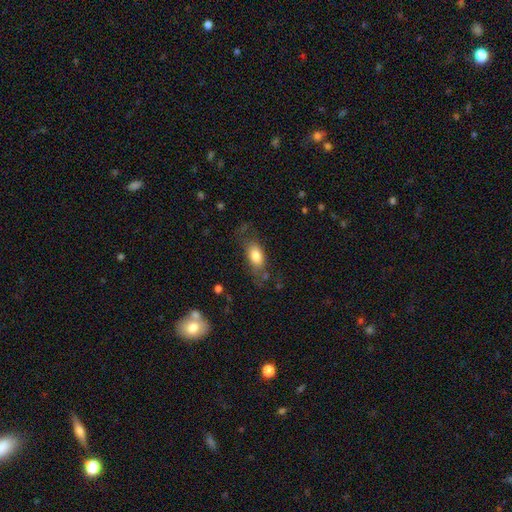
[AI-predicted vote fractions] smooth-or-featured: smooth: 74% | featured or disk: 18% | star or artifact: 7%
  how-rounded: in between: 84% | cigar-shaped: 9% | round: 7%
  merging: none: 58% | minor disturbance: 23% | major disturbance: 16% | merger: 3%